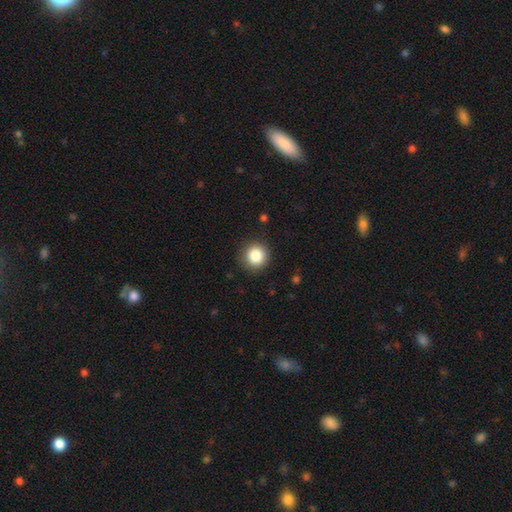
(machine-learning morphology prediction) type=smooth (85%); roundness=round (95%); merging=none (90%).